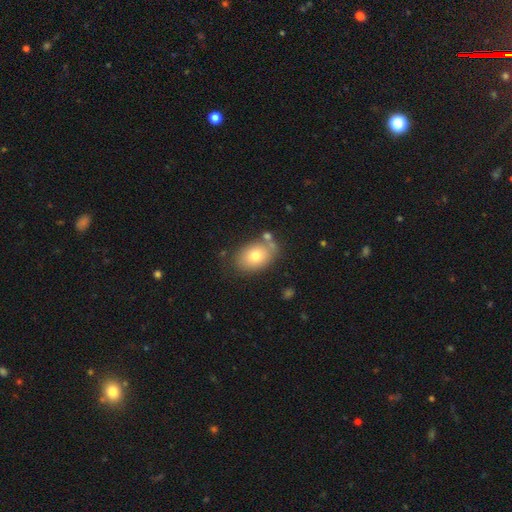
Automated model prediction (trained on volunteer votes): Smooth or featured: smooth — 74% (featured or disk — 17%)
How rounded: in between — 78% (round — 21%)
Merging: none — 68% (minor disturbance — 17%)